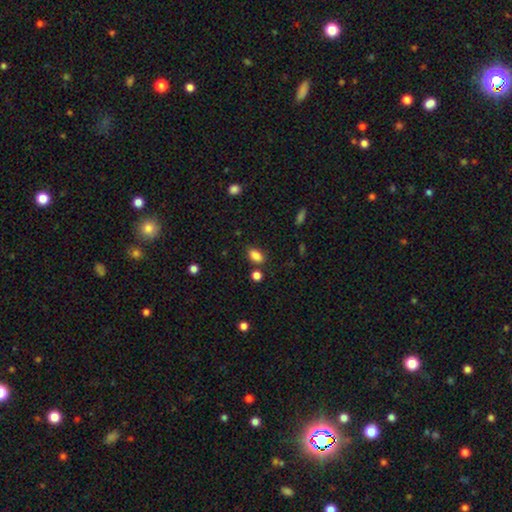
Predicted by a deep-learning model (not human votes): Q: Smooth or featured?
A: smooth (86%); runner-up: star or artifact (10%)
Q: How rounded?
A: in between (88%); runner-up: round (8%)
Q: Merging?
A: none (79%); runner-up: minor disturbance (12%)